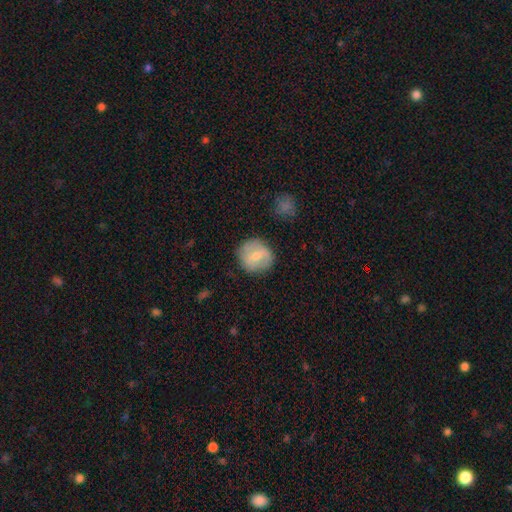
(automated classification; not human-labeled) Overall: smooth (59%; featured or disk 34%). How rounded: round (90%). Merging: none (81%).